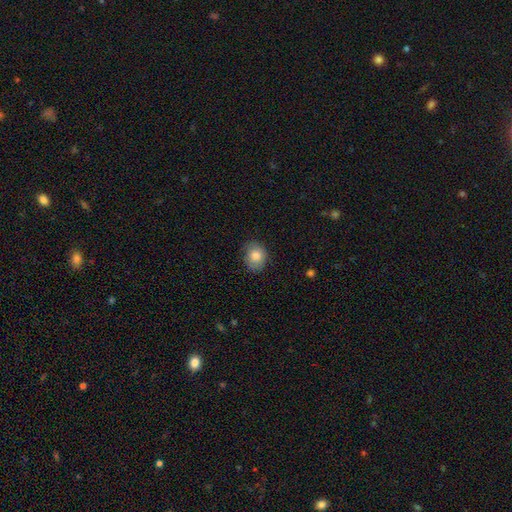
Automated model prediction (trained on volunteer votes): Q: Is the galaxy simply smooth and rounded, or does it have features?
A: smooth — 82%.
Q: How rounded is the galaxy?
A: round — 57%.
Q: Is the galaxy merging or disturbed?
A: none — 78%.